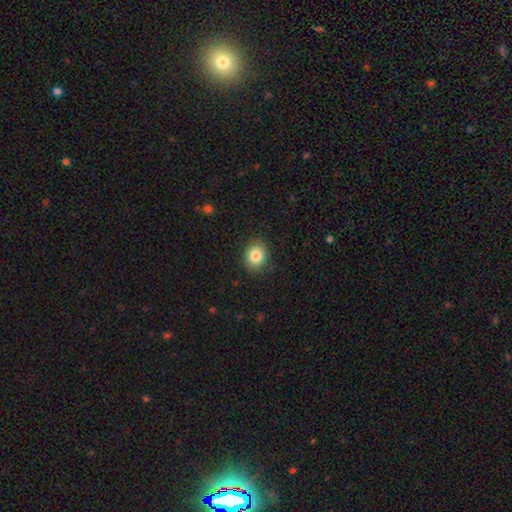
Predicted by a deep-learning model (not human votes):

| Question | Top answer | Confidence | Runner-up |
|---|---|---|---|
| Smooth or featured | smooth | 85% | star or artifact (9%) |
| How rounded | round | 67% | in between (32%) |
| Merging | none | 87% | minor disturbance (9%) |